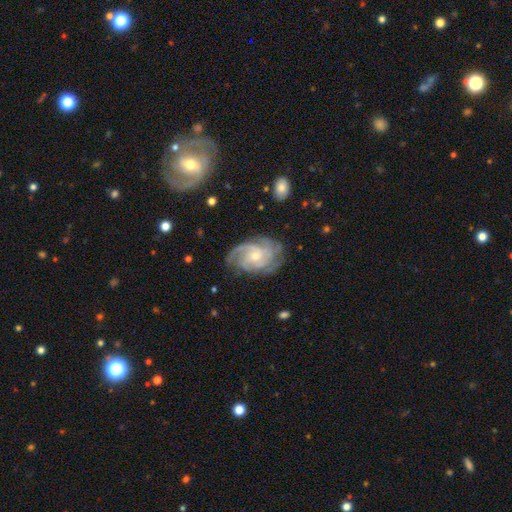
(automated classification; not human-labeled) Smooth or featured: featured or disk — 85% (smooth — 9%)
Edge-on disk: no — 97% (yes — 3%)
Bar: no — 67% (weak — 29%)
Spiral arms: yes — 96% (no — 4%)
Spiral winding: tight — 55% (medium — 36%)
Spiral arm count: can't tell — 28% (3 — 27%)
Bulge size: small — 57% (moderate — 38%)
Merging: none — 71% (minor disturbance — 19%)